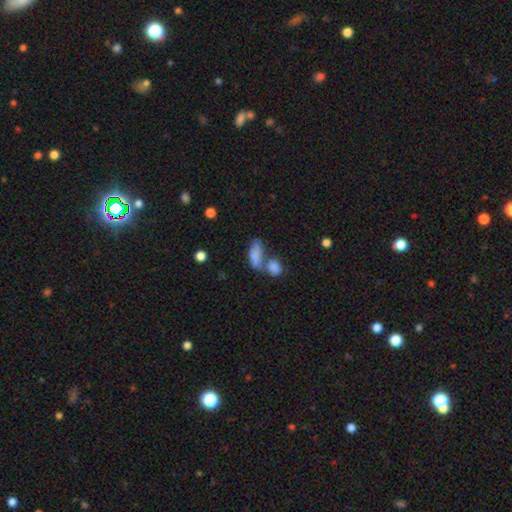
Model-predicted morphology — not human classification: Q: Smooth or featured?
A: smooth (80%); runner-up: featured or disk (12%)
Q: How rounded?
A: in between (79%); runner-up: cigar-shaped (16%)
Q: Merging?
A: merger (50%); runner-up: none (31%)